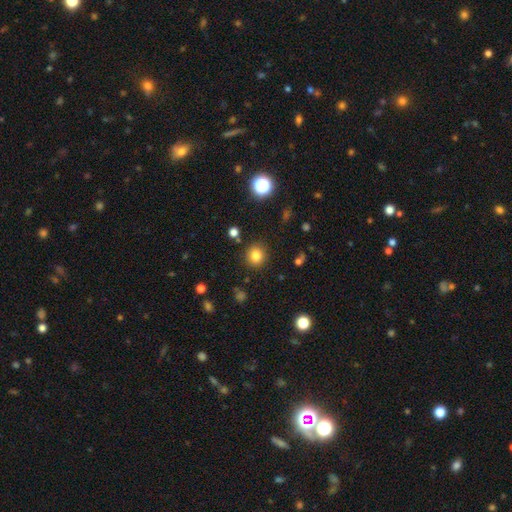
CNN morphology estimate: Smooth or featured? Predicted: smooth (p=0.81). How rounded? Predicted: round (p=0.89). Merging? Predicted: none (p=0.88).